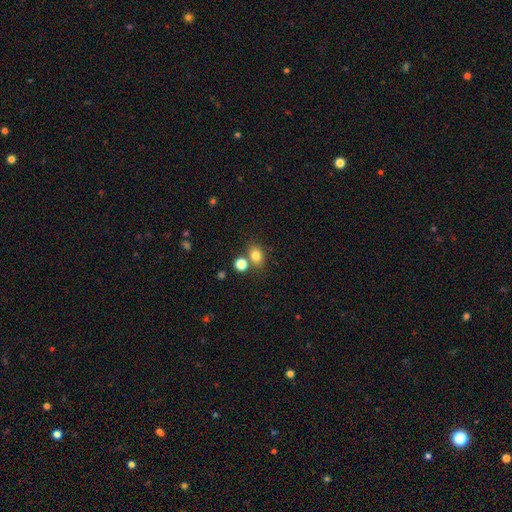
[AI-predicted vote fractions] smooth-or-featured: smooth: 80% | star or artifact: 12% | featured or disk: 8%
  how-rounded: in between: 53% | round: 46% | cigar-shaped: 1%
  merging: none: 66% | merger: 20% | minor disturbance: 11% | major disturbance: 3%